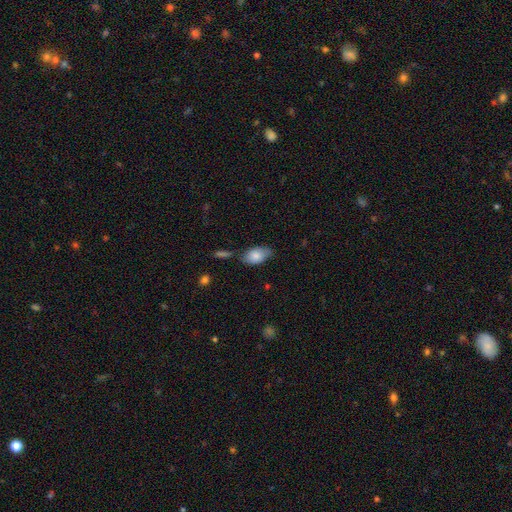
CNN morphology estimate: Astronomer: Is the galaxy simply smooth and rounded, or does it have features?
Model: smooth — 82%.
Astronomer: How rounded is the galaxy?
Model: in between — 92%.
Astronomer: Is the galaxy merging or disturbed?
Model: none — 64%.